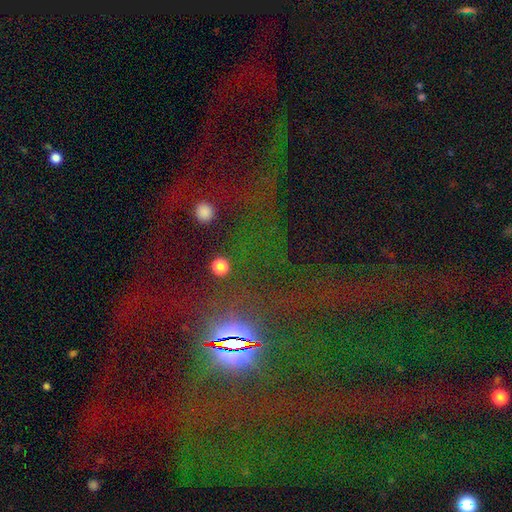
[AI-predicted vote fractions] Morphology: type=star or artifact (79%).